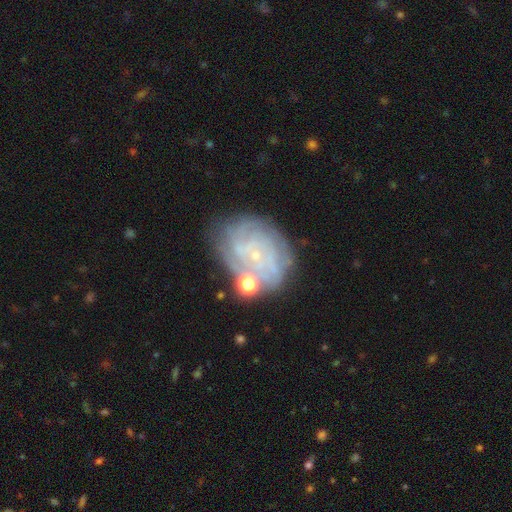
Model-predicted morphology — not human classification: Q: Smooth or featured?
A: featured or disk (75%); runner-up: smooth (15%)
Q: Edge-on disk?
A: no (97%); runner-up: yes (3%)
Q: Bar?
A: no (77%); runner-up: weak (19%)
Q: Spiral arms?
A: yes (86%); runner-up: no (14%)
Q: Spiral winding?
A: tight (68%); runner-up: medium (24%)
Q: Spiral arm count?
A: can't tell (45%); runner-up: 4 (16%)
Q: Bulge size?
A: small (83%); runner-up: moderate (8%)
Q: Merging?
A: none (61%); runner-up: minor disturbance (19%)